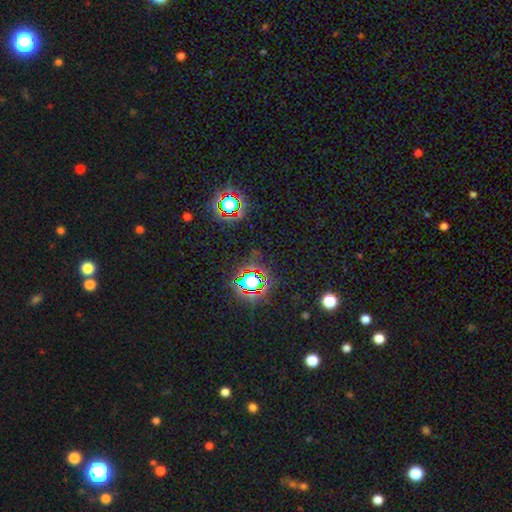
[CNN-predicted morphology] This appears to be a star or artifact, not a galaxy (79%).